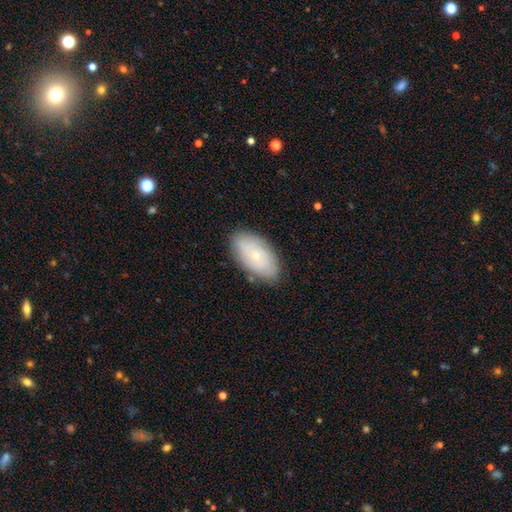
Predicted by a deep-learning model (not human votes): This is possibly a smooth galaxy (59%). How rounded: clearly in between (94%). Merging: clearly none (83%).